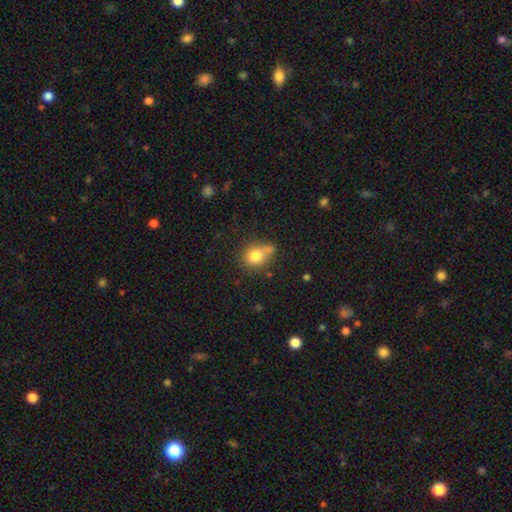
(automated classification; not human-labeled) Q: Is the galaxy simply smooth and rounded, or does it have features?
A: smooth — 77%.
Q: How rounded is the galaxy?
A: round — 70%.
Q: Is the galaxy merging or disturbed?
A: none — 48%.